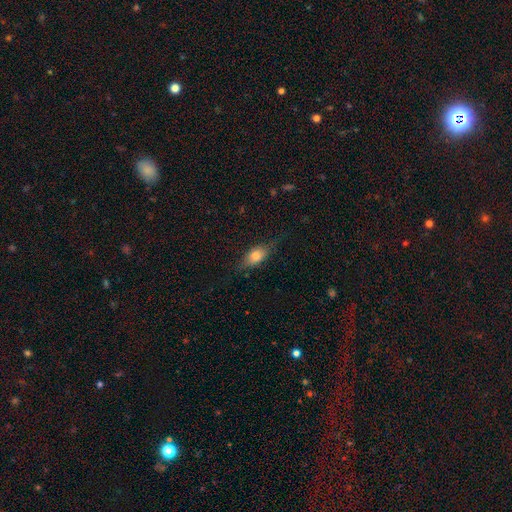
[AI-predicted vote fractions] Smooth or featured: smooth — 69% (featured or disk — 23%)
How rounded: in between — 78% (cigar-shaped — 14%)
Merging: none — 67% (minor disturbance — 23%)